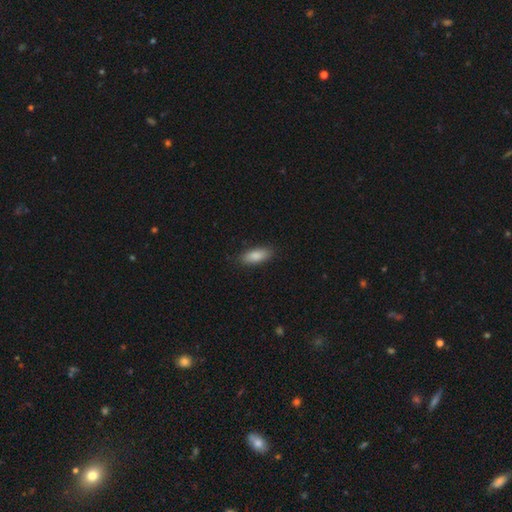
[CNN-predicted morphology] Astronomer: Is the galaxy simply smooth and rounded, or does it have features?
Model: smooth — 86%.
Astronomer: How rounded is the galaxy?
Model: in between — 75%.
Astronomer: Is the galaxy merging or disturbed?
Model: none — 86%.